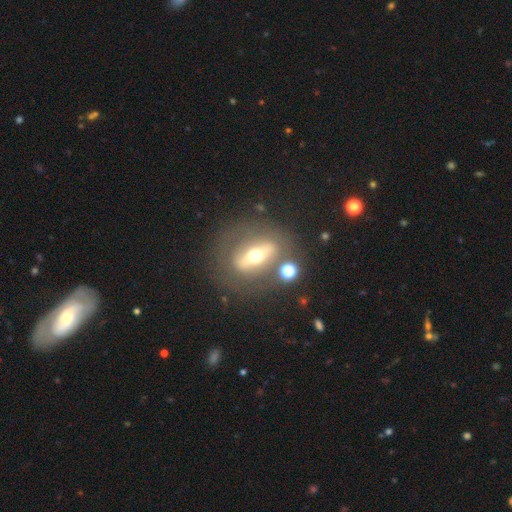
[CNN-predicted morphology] This is likely a featured or disk galaxy (66%). It is likely not viewed edge-on (66%). Merging: likely none (72%).